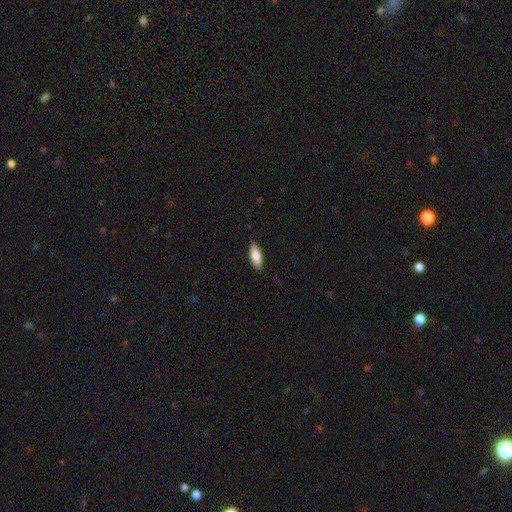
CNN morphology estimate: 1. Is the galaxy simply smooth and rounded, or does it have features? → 84% smooth, 11% featured or disk, 6% star or artifact.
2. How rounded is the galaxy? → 71% in between, 27% cigar-shaped, 2% round.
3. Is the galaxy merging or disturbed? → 88% none, 9% minor disturbance, 2% major disturbance, 1% merger.